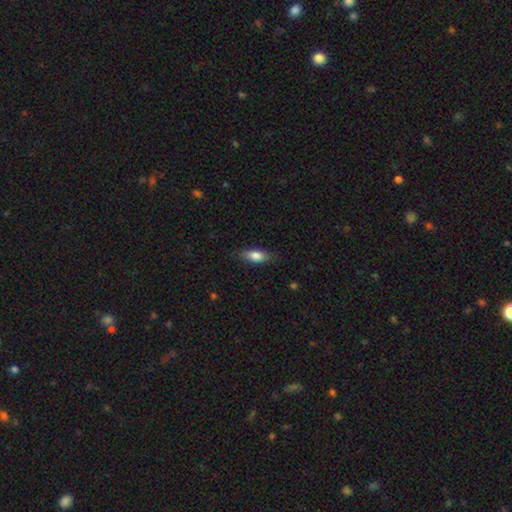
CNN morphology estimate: Smooth or featured?
  - smooth: 79% *
  - featured or disk: 14%
  - star or artifact: 7%
How rounded?
  - in between: 75% *
  - cigar-shaped: 22%
  - round: 3%
Merging?
  - none: 80% *
  - minor disturbance: 15%
  - major disturbance: 3%
  - merger: 1%